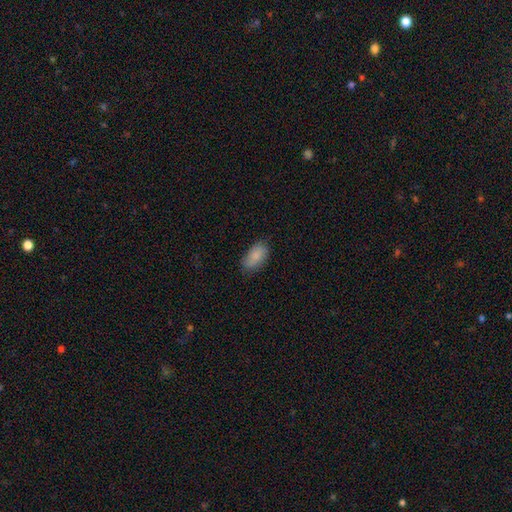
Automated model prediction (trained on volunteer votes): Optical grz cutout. It shows a smooth galaxy with no disk features (87%) that is in between round and cigar-shaped (93%). Merging: none (76%).